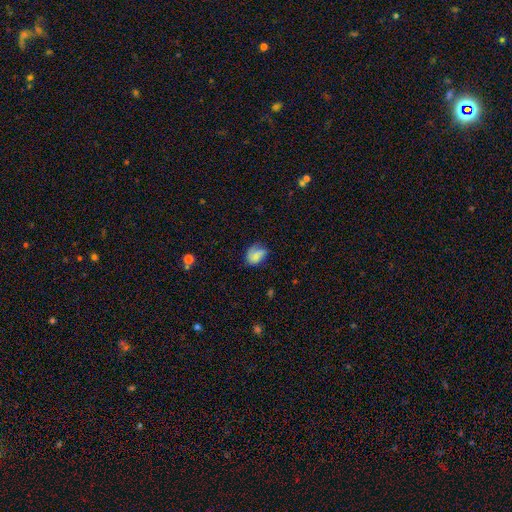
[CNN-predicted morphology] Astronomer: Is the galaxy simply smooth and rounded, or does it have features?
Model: smooth — 63%.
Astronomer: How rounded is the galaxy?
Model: in between — 63%.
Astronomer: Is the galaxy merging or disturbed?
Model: none — 47% (runner-up: minor disturbance, 32%).